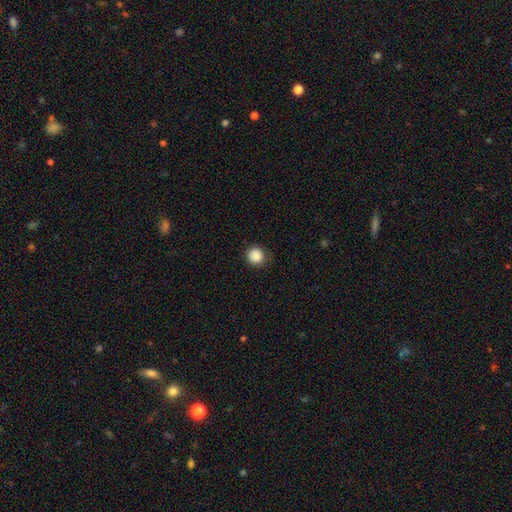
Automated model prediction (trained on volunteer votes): Smooth or featured?
  - smooth: 88% *
  - star or artifact: 9%
  - featured or disk: 3%
How rounded?
  - round: 93% *
  - in between: 6%
  - cigar-shaped: 1%
Merging?
  - none: 85% *
  - minor disturbance: 11%
  - major disturbance: 3%
  - merger: 1%